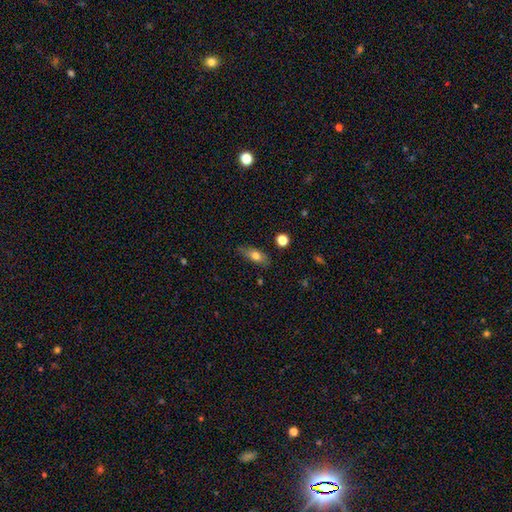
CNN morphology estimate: A smooth galaxy with no disk features (72%) that is in between round and cigar-shaped (74%). Merging: none (75%).